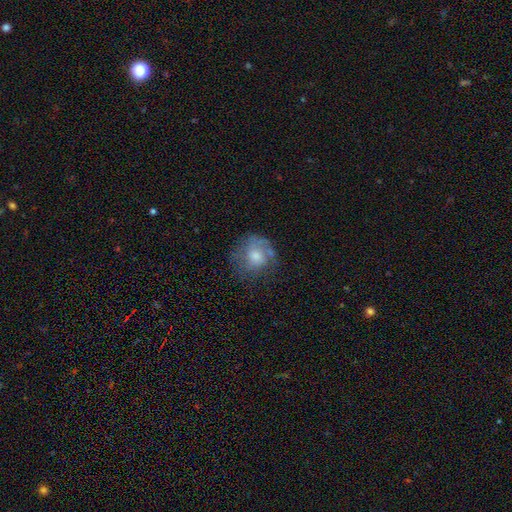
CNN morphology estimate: smooth-or-featured: smooth: 47% | featured or disk: 42% | star or artifact: 11%
  merging: none: 60% | minor disturbance: 23% | major disturbance: 15% | merger: 2%